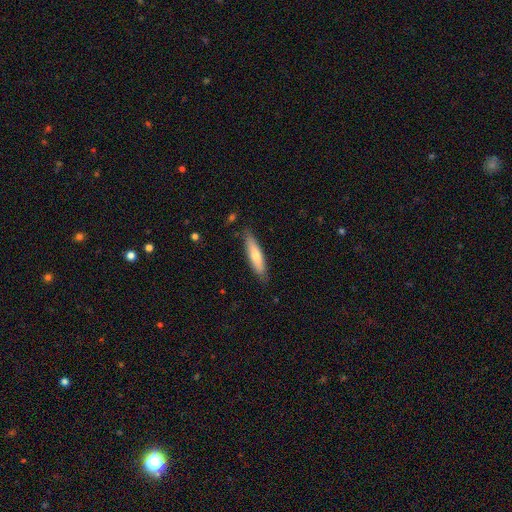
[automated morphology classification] A smooth galaxy with no disk features (67%) that is cigar-shaped (73%).

Vote fractions:
- Smooth or featured? smooth: 67% / featured or disk: 27% / star or artifact: 6%
- How rounded? cigar-shaped: 73% / in between: 26% / round: 1%
- Merging? none: 82% / minor disturbance: 14% / major disturbance: 2% / merger: 1%